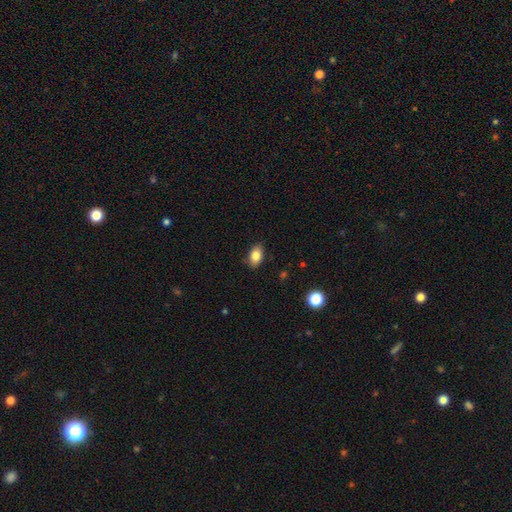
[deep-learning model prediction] smooth_or_featured: smooth (p=0.84) [alt: star or artifact p=0.08]
how_rounded: in between (p=0.89) [alt: round p=0.09]
merging: none (p=0.85) [alt: minor disturbance p=0.11]